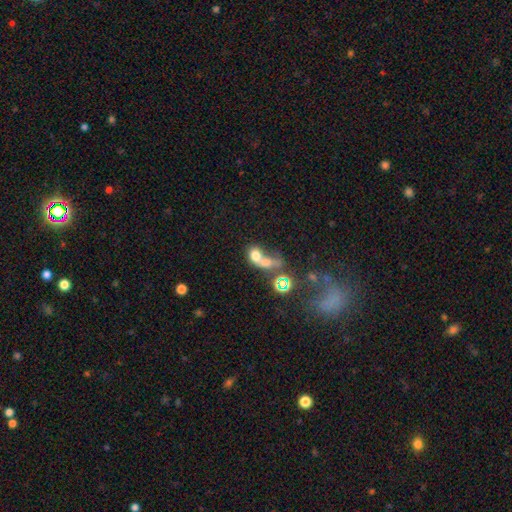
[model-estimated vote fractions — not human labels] This is likely a smooth galaxy (62%). How rounded: possibly round (51%). Merging: likely merger (65%).